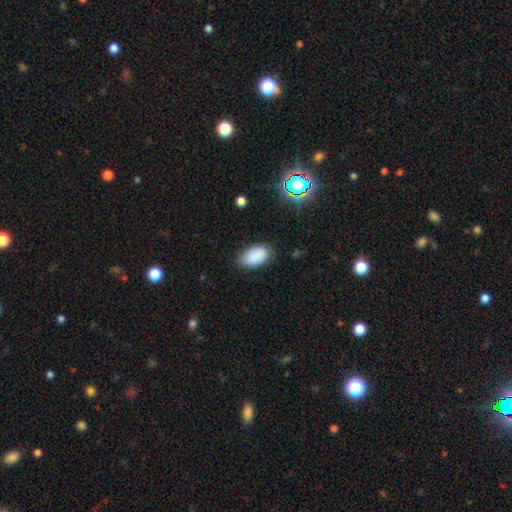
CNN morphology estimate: Smooth or featured? Predicted: smooth (p=0.88). How rounded? Predicted: in between (p=0.94). Merging? Predicted: none (p=0.82).